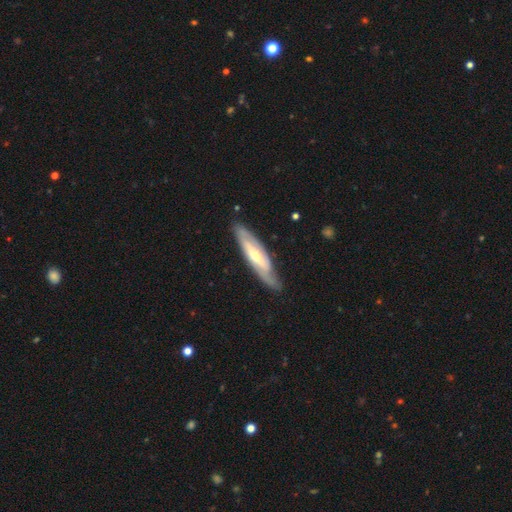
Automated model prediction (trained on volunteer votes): Overall: featured or disk (69%). Edge-on disk: no (58%; yes 42%). Merging: none (78%).